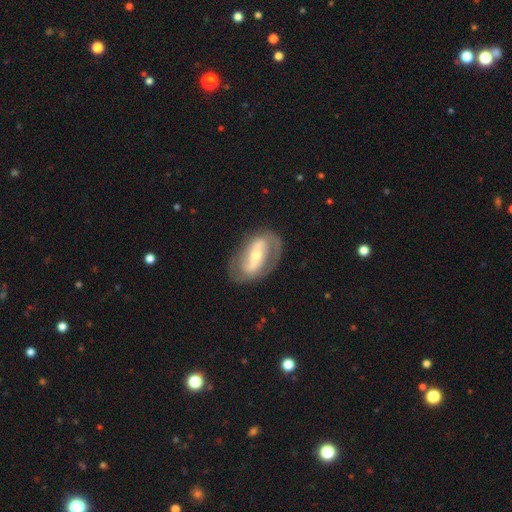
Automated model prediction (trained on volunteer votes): Q: Smooth or featured?
A: featured or disk (78%); runner-up: smooth (16%)
Q: Edge-on disk?
A: no (93%); runner-up: yes (7%)
Q: Bar?
A: strong (59%); runner-up: weak (26%)
Q: Spiral arms?
A: yes (78%); runner-up: no (22%)
Q: Spiral winding?
A: medium (42%); runner-up: tight (33%)
Q: Spiral arm count?
A: 2 (81%); runner-up: can't tell (10%)
Q: Bulge size?
A: moderate (52%); runner-up: small (40%)
Q: Merging?
A: none (77%); runner-up: minor disturbance (14%)